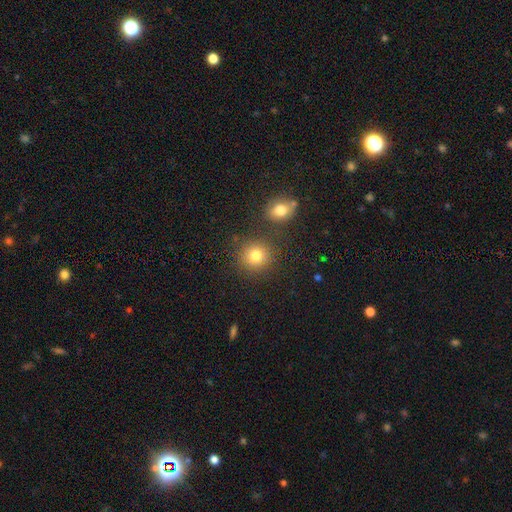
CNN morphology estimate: Smooth or featured? Predicted: smooth (p=0.80). How rounded? Predicted: round (p=0.90). Merging? Predicted: none (p=0.81).